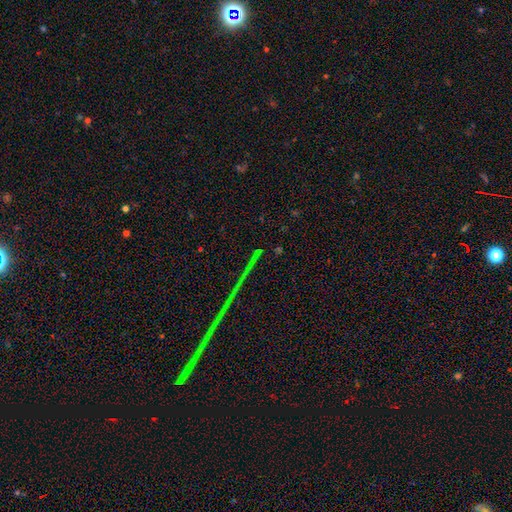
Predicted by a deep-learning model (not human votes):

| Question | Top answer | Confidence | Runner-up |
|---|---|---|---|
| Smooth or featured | star or artifact | 77% | featured or disk (12%) |